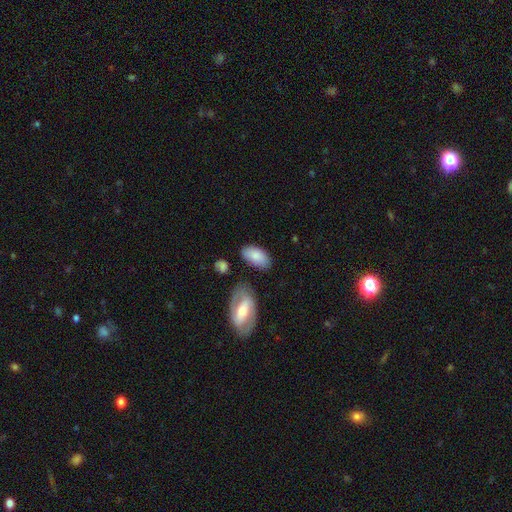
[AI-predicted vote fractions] smooth-or-featured: smooth: 80% | featured or disk: 14% | star or artifact: 6%
  how-rounded: in between: 94% | round: 3% | cigar-shaped: 3%
  merging: none: 71% | minor disturbance: 18% | merger: 6% | major disturbance: 5%